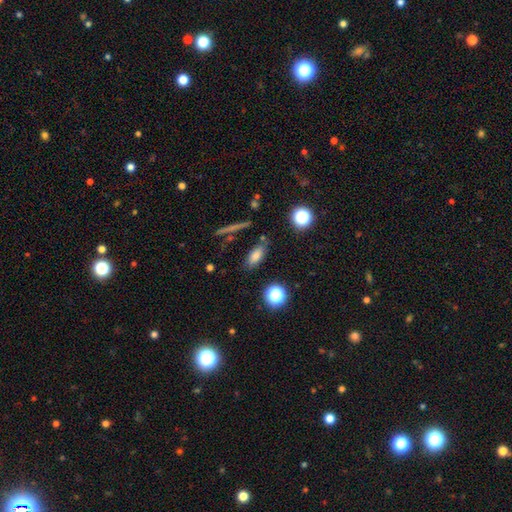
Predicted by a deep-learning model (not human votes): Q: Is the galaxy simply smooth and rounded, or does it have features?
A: smooth — 77%.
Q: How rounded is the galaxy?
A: in between — 76%.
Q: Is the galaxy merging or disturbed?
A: none — 76%.